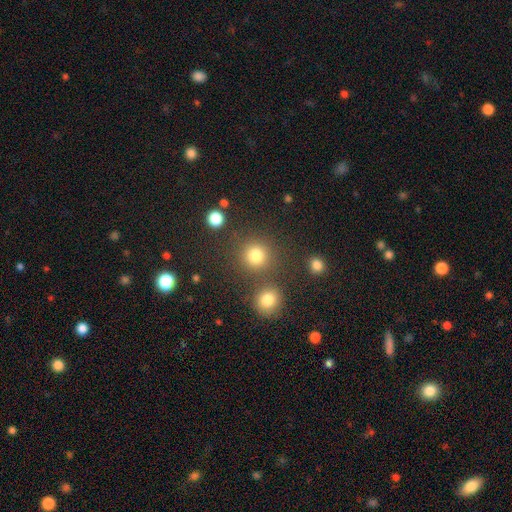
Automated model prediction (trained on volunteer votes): Smooth or featured? Predicted: smooth (p=0.81). How rounded? Predicted: round (p=0.92). Merging? Predicted: none (p=0.78).